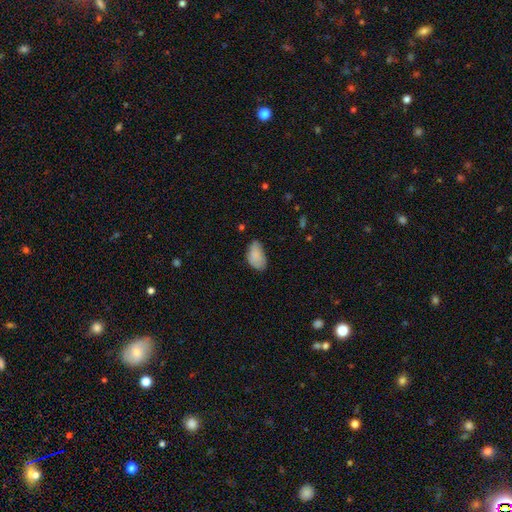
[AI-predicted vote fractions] Morphology: type=smooth (84%); roundness=in between (93%); merging=none (53%).